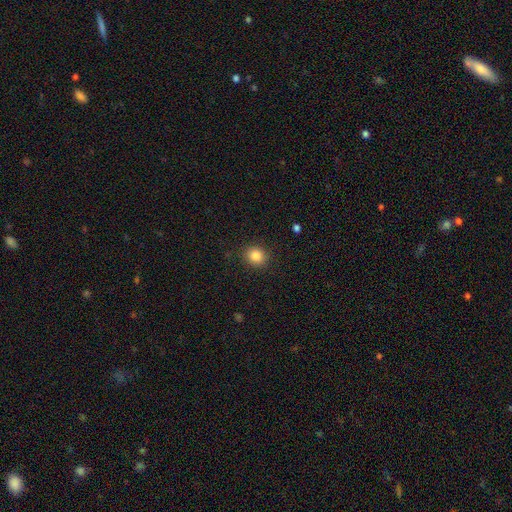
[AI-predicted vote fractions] smooth-or-featured: smooth: 85% | star or artifact: 10% | featured or disk: 5%
  how-rounded: round: 82% | in between: 17% | cigar-shaped: 1%
  merging: none: 90% | minor disturbance: 7% | major disturbance: 2% | merger: 1%